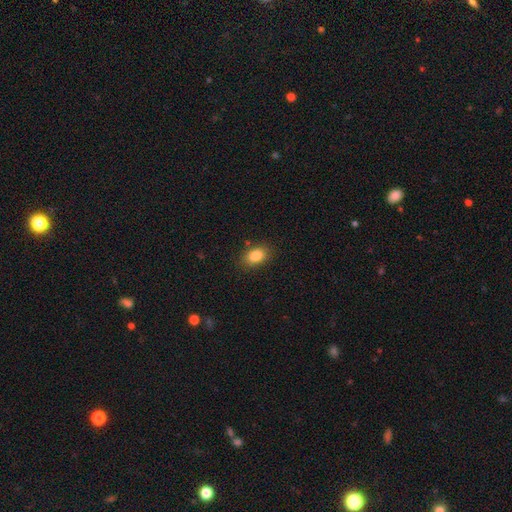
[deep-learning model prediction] smooth_or_featured: smooth (p=0.85) [alt: star or artifact p=0.09]
how_rounded: in between (p=0.82) [alt: round p=0.17]
merging: none (p=0.84) [alt: minor disturbance p=0.11]